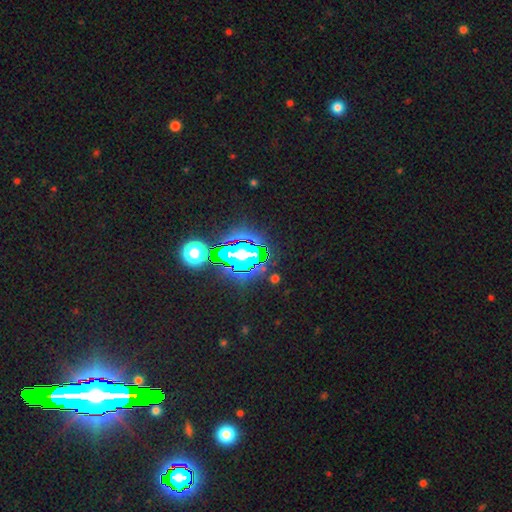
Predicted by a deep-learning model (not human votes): Smooth or featured?
  - star or artifact: 85% *
  - smooth: 8%
  - featured or disk: 7%